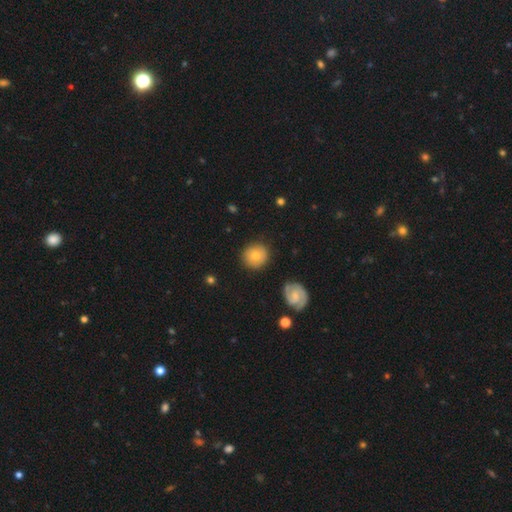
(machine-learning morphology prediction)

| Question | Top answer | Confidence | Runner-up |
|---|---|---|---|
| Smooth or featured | smooth | 64% | featured or disk (27%) |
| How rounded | round | 89% | in between (10%) |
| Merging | none | 85% | minor disturbance (10%) |